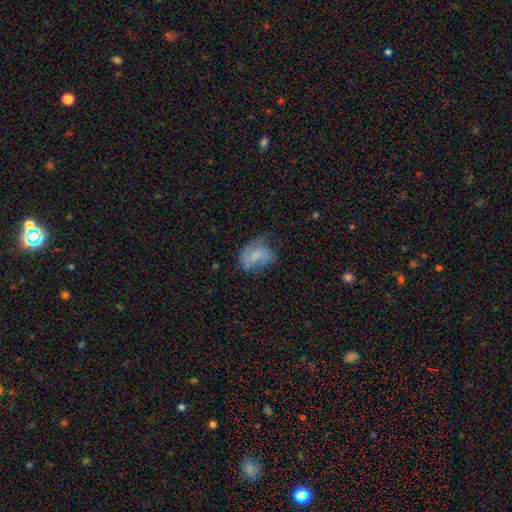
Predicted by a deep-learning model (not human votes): Smooth or featured? Predicted: featured or disk (p=0.50). Edge-on disk? Predicted: no (p=0.97). Merging? Predicted: none (p=0.44).